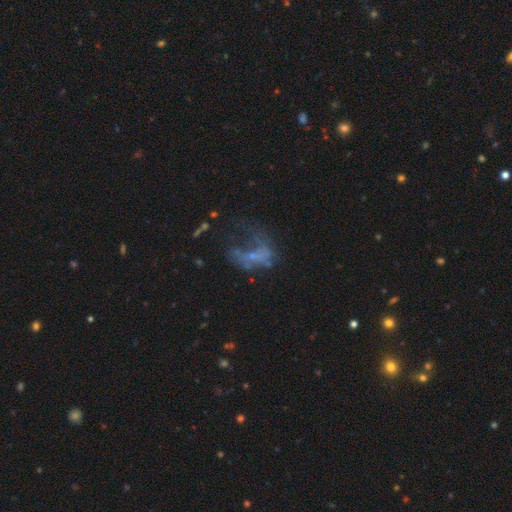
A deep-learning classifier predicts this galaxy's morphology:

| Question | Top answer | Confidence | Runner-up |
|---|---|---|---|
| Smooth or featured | featured or disk | 51% | smooth (27%) |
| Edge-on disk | no | 97% | yes (3%) |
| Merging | major disturbance | 51% | none (27%) |